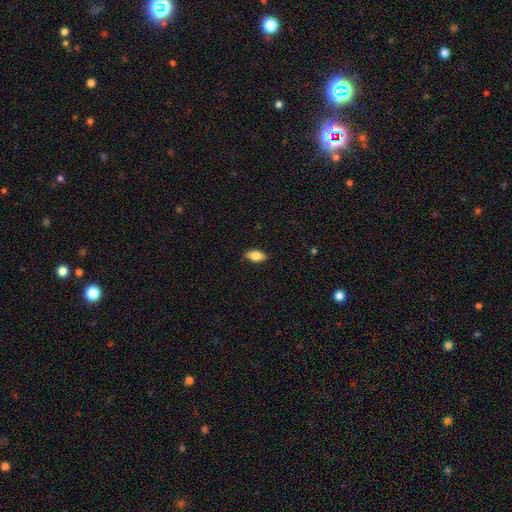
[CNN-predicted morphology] A smooth galaxy with no disk features (82%) that is in between round and cigar-shaped (89%).

Vote fractions:
- Smooth or featured? smooth: 82% / featured or disk: 10% / star or artifact: 7%
- How rounded? in between: 89% / cigar-shaped: 6% / round: 4%
- Merging? none: 85% / minor disturbance: 12% / major disturbance: 2% / merger: 1%